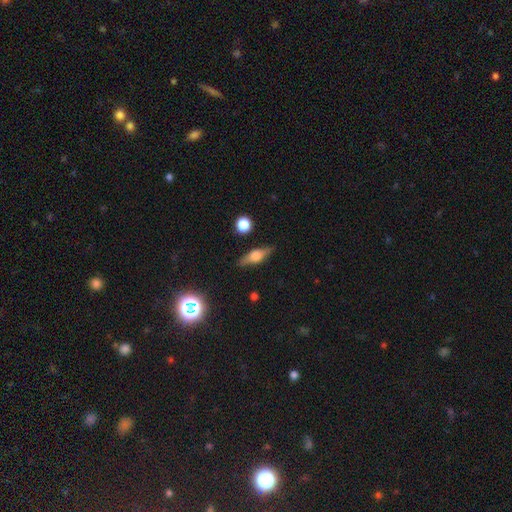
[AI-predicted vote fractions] smooth_or_featured: featured or disk (p=0.55) [alt: smooth p=0.36]
disk_edge_on: yes (p=0.93) [alt: no p=0.07]
edge_on_bulge: rounded (p=0.89) [alt: boxy p=0.09]
merging: none (p=0.85) [alt: minor disturbance p=0.10]